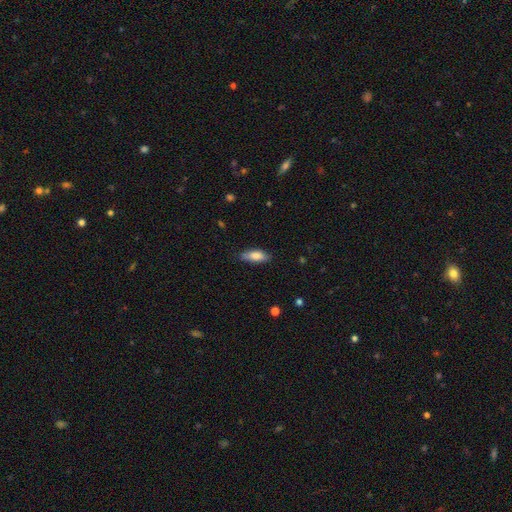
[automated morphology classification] Smooth or featured?
  - smooth: 81% *
  - featured or disk: 13%
  - star or artifact: 6%
How rounded?
  - in between: 69% *
  - cigar-shaped: 29%
  - round: 2%
Merging?
  - none: 79% *
  - minor disturbance: 17%
  - major disturbance: 3%
  - merger: 1%